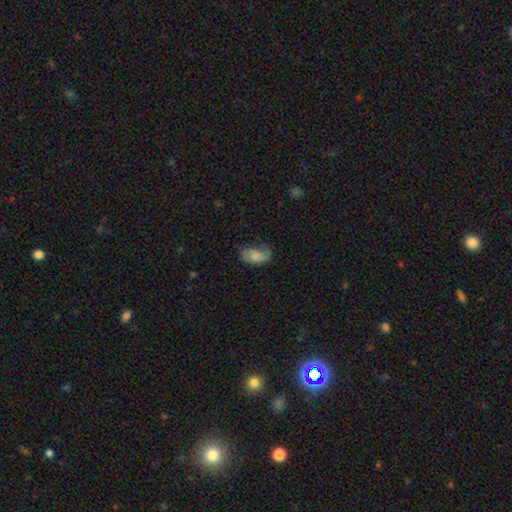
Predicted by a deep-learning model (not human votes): smooth 55%, featured or disk 36%, star or artifact 9%. Down the decision tree: how rounded — in between (89%); merging — none (45%).